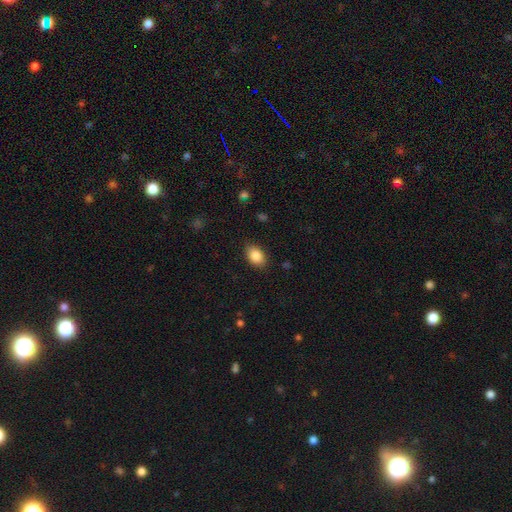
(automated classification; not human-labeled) Morphology: type=smooth (87%); roundness=in between (81%); merging=none (84%).